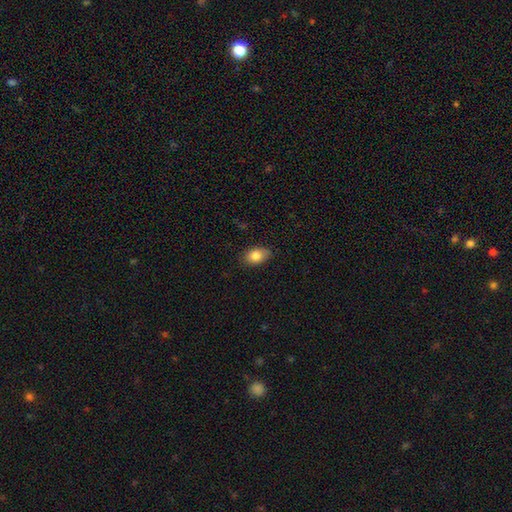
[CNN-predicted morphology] A smooth galaxy with no disk features (85%) that is in between round and cigar-shaped (86%).

Vote fractions:
- Smooth or featured? smooth: 85% / star or artifact: 8% / featured or disk: 7%
- How rounded? in between: 86% / round: 12% / cigar-shaped: 2%
- Merging? none: 82% / minor disturbance: 15% / major disturbance: 3% / merger: 1%